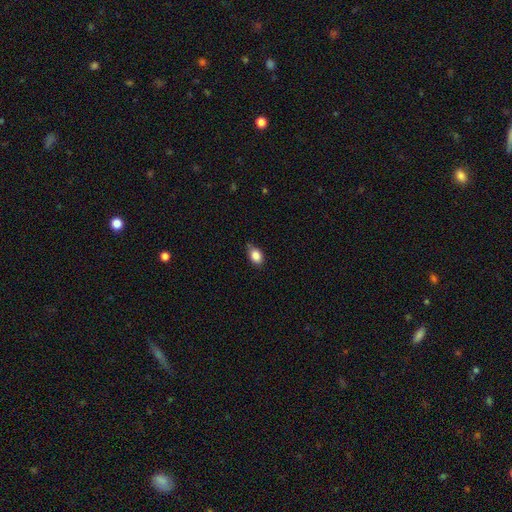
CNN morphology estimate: This is clearly a smooth galaxy (86%). How rounded: likely in between (79%). Merging: likely none (69%).